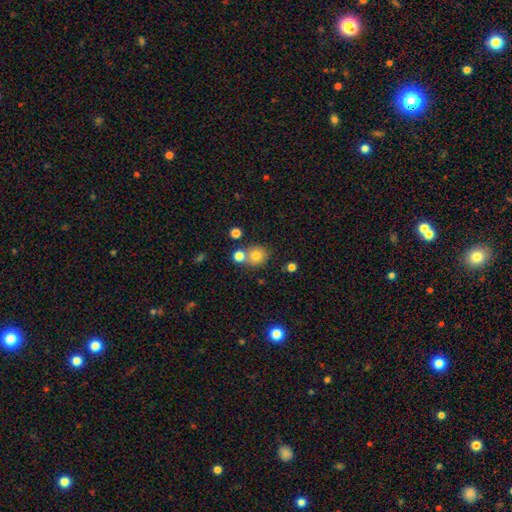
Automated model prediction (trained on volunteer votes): This appears to be a smooth galaxy with no disk features (78%) that is round (85%). Merging: none (62%).